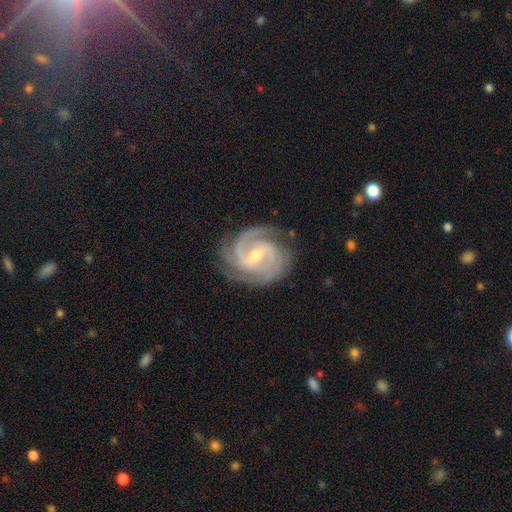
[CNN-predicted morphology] type=featured or disk (92%); edge-on=no (98%); bar=weak (54%); spiral arms=yes (98%); winding=tight (51%); arm count=2 (41%); bulge=small (55%); merging=none (78%).